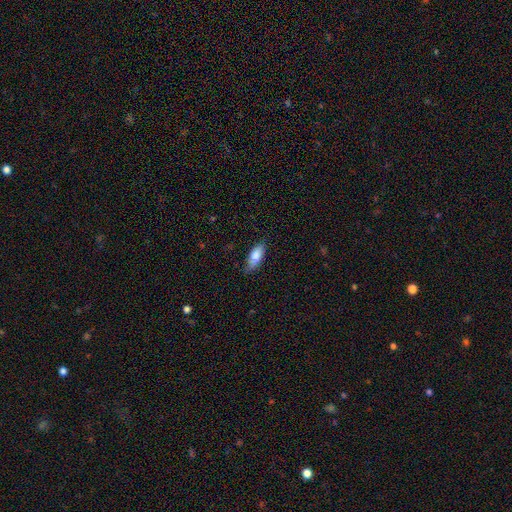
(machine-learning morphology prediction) type=smooth (80%); roundness=in between (75%); merging=none (78%).